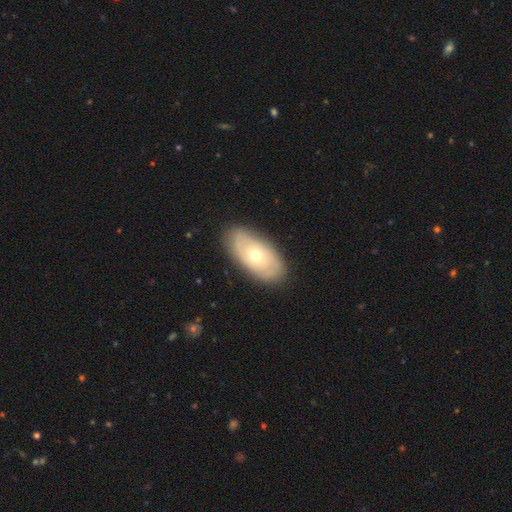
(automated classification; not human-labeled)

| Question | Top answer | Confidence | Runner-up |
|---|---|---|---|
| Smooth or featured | smooth | 47% | tied: featured or disk (47%) |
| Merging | none | 84% | minor disturbance (12%) |